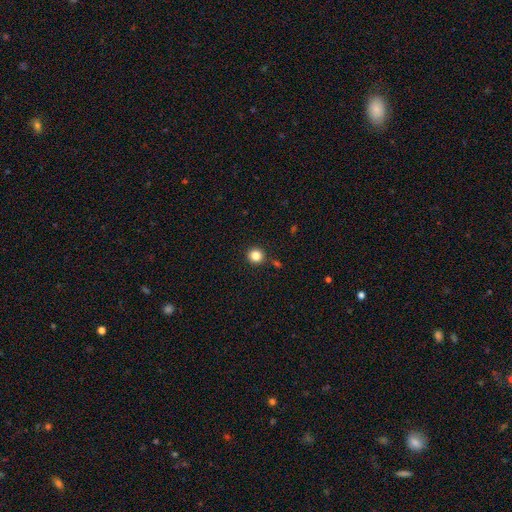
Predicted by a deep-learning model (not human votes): Smooth or featured? Predicted: smooth (p=0.84). How rounded? Predicted: round (p=0.94). Merging? Predicted: none (p=0.89).